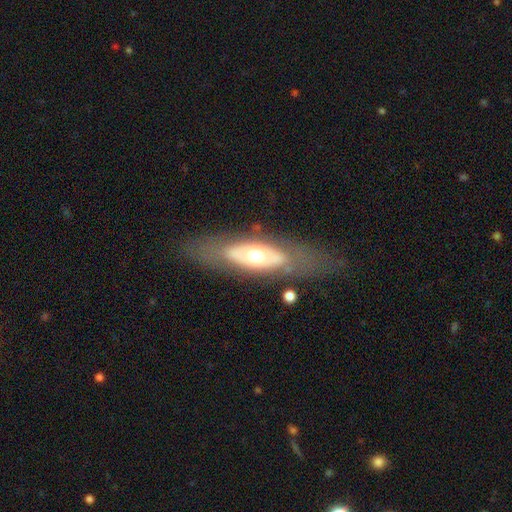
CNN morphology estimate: This appears to be a featured or disk galaxy (54%). Merging: none (70%).